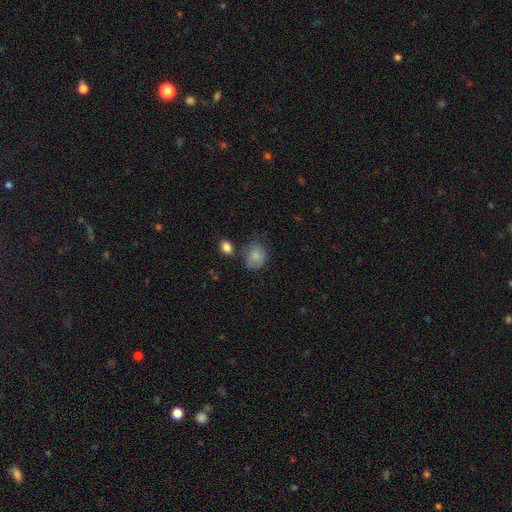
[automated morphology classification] smooth 81%, featured or disk 10%, star or artifact 8%. Down the decision tree: how rounded — round (56%); merging — none (55%).